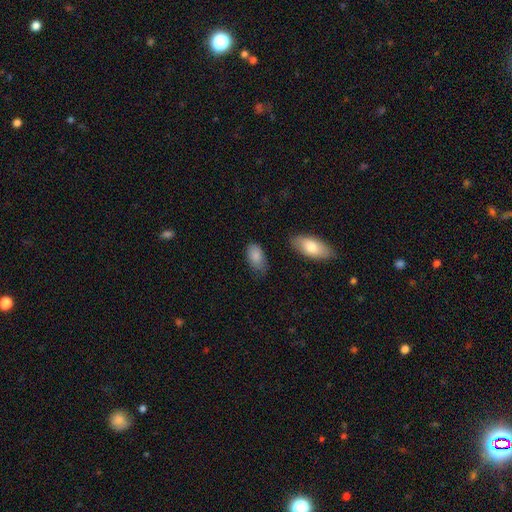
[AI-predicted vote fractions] A smooth galaxy with no disk features (85%) that is in between round and cigar-shaped (93%).

Vote fractions:
- Smooth or featured? smooth: 85% / featured or disk: 8% / star or artifact: 7%
- How rounded? in between: 93% / round: 4% / cigar-shaped: 3%
- Merging? none: 64% / minor disturbance: 26% / major disturbance: 6% / merger: 4%